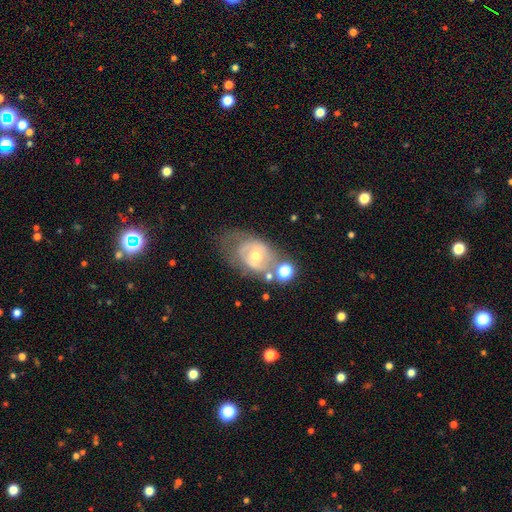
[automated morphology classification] Smooth or featured?
  - featured or disk: 67% *
  - smooth: 24%
  - star or artifact: 9%
Edge-on disk?
  - no: 94% *
  - yes: 6%
Bar?
  - no: 61% *
  - weak: 30%
  - strong: 10%
Spiral arms?
  - yes: 55% *
  - no: 45%
Bulge size?
  - moderate: 56% *
  - small: 39%
  - large: 3%
  - none: 1%
  - dominant: 1%
Merging?
  - none: 45% *
  - minor disturbance: 24%
  - major disturbance: 18%
  - merger: 12%